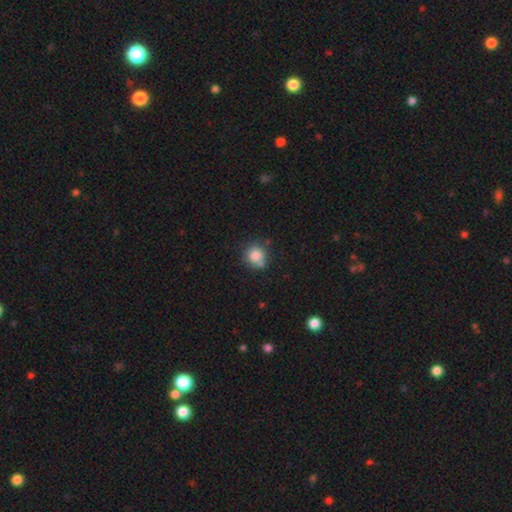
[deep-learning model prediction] Morphology: type=smooth (83%); roundness=round (91%); merging=none (69%).